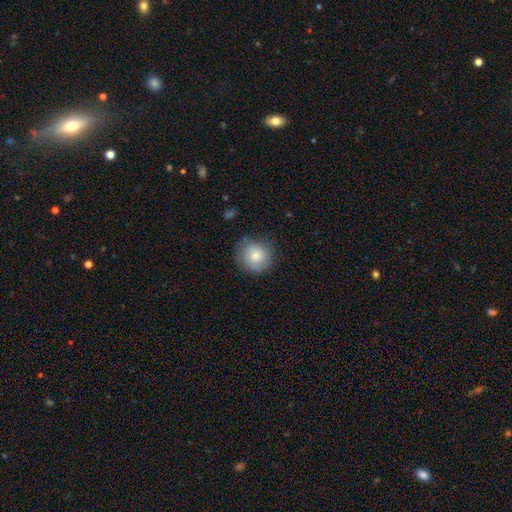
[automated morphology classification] A smooth galaxy with no disk features (82%) that is round (90%).

Vote fractions:
- Smooth or featured? smooth: 82% / featured or disk: 10% / star or artifact: 8%
- How rounded? round: 90% / in between: 9% / cigar-shaped: 1%
- Merging? none: 80% / minor disturbance: 15% / major disturbance: 4% / merger: 1%